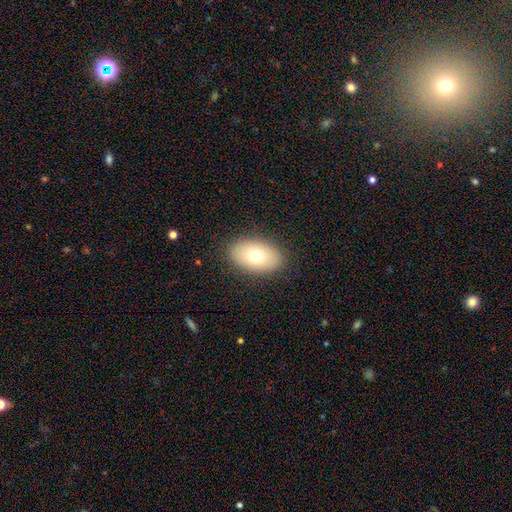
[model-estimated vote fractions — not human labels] smooth-or-featured: smooth: 74% | featured or disk: 18% | star or artifact: 8%
  how-rounded: in between: 91% | round: 8% | cigar-shaped: 1%
  merging: none: 88% | minor disturbance: 9% | major disturbance: 3% | merger: 1%